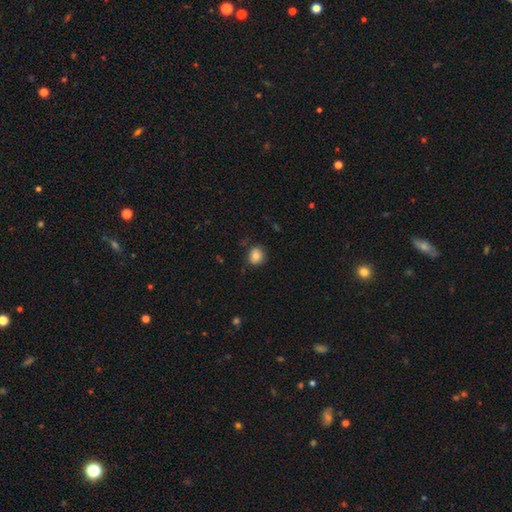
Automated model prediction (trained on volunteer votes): Q: Smooth or featured?
A: smooth (82%); runner-up: star or artifact (10%)
Q: How rounded?
A: round (83%); runner-up: in between (16%)
Q: Merging?
A: none (81%); runner-up: minor disturbance (14%)